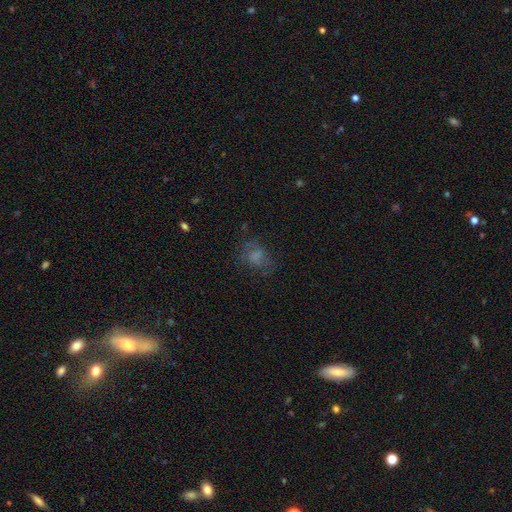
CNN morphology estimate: smooth_or_featured: smooth (p=0.60) [alt: featured or disk p=0.23]
how_rounded: in between (p=0.55) [alt: round p=0.43]
merging: none (p=0.55) [alt: minor disturbance p=0.22]